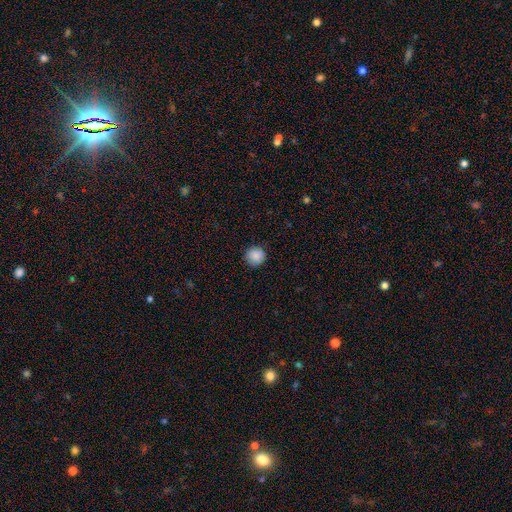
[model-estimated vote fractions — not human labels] This is clearly a smooth galaxy (88%). How rounded: clearly round (92%). Merging: clearly none (87%).